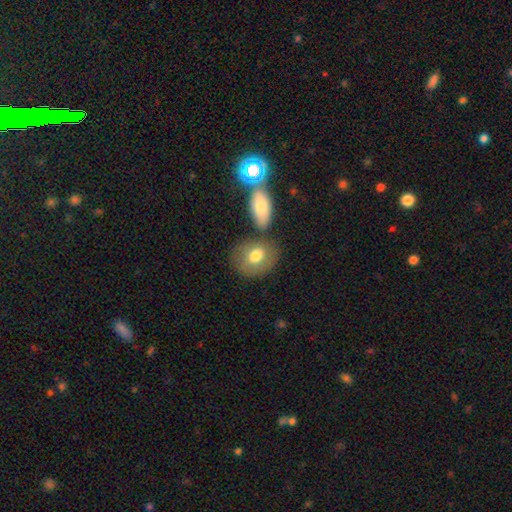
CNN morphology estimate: type=smooth (73%); roundness=in between (58%); merging=none (58%).